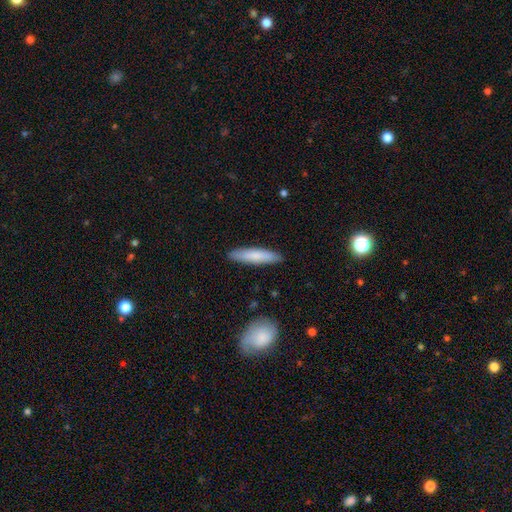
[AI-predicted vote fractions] Morphology: type=smooth (79%); roundness=cigar-shaped (82%); merging=none (89%).